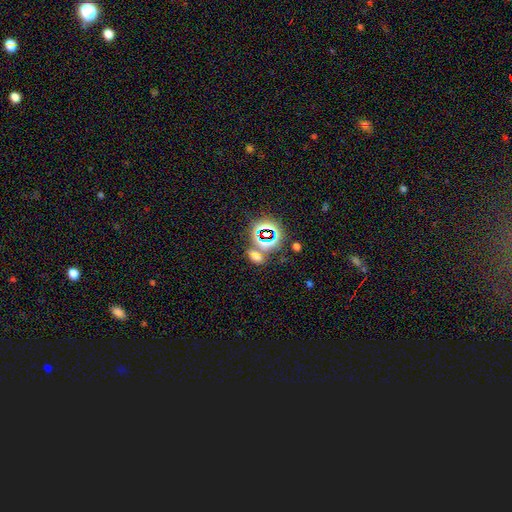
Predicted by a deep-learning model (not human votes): Smooth or featured?
  - smooth: 46% *
  - star or artifact: 43%
  - featured or disk: 11%
Merging?
  - none: 51% *
  - merger: 32%
  - minor disturbance: 10%
  - major disturbance: 6%